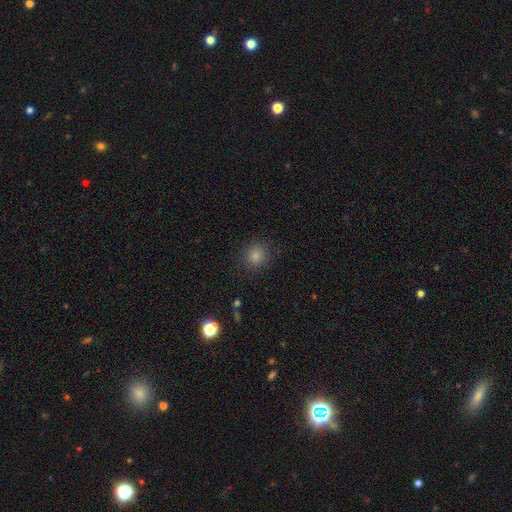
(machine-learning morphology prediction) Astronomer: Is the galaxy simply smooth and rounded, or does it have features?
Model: smooth — 82%.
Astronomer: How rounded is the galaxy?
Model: round — 90%.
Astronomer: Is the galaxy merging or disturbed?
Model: none — 88%.